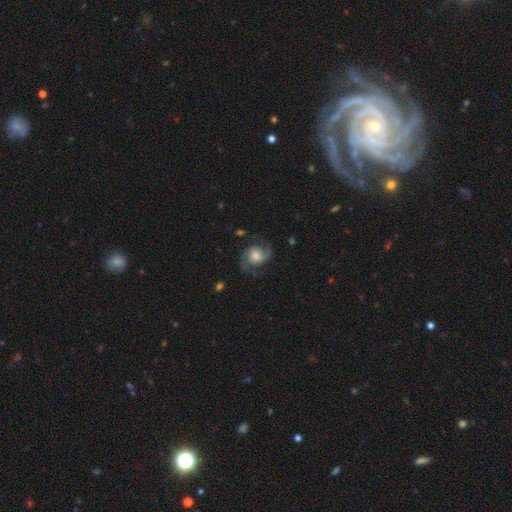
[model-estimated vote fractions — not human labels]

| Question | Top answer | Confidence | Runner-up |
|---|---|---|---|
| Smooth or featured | featured or disk | 76% | smooth (17%) |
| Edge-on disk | no | 98% | yes (2%) |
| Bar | no | 72% | weak (24%) |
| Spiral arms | yes | 95% | no (5%) |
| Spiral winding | medium | 50% | loose (33%) |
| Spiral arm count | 2 | 92% | can't tell (3%) |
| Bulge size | moderate | 36% | large (31%) |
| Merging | none | 73% | minor disturbance (16%) |